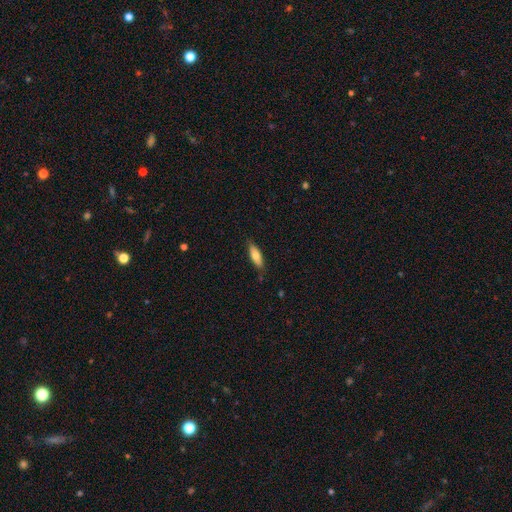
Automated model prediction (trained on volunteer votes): The model was most divided on "how rounded": in between: 56%, cigar-shaped: 42%, round: 2%. More confident: merging — none (82%); smooth or featured — smooth (74%).